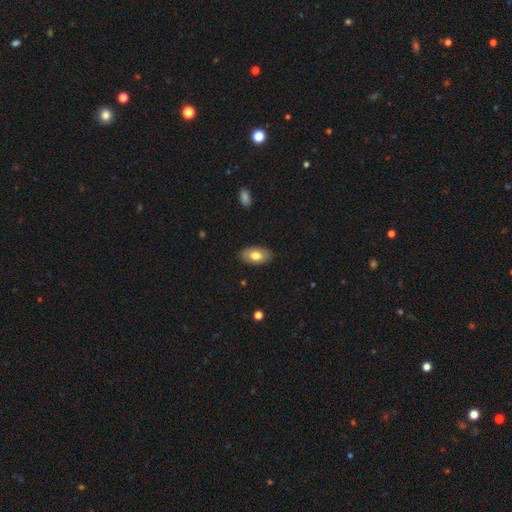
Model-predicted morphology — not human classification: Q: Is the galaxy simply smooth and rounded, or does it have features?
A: smooth — 70%.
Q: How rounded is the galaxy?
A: in between — 93%.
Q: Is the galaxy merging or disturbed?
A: none — 86%.